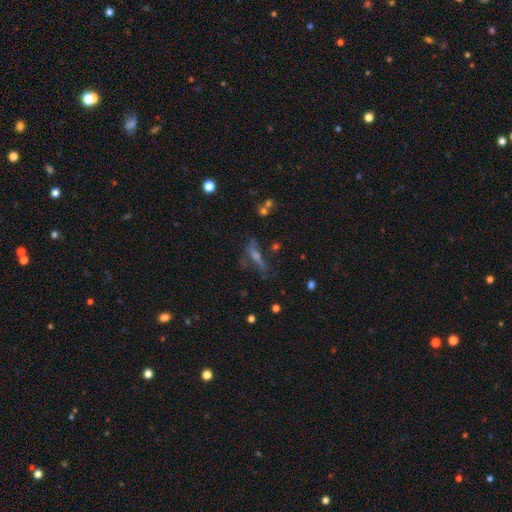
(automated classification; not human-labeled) A featured or disk galaxy (43%).

Vote fractions:
- Smooth or featured? featured or disk: 43% / smooth: 31% / star or artifact: 26%
- Merging? none: 54% / minor disturbance: 21% / major disturbance: 19% / merger: 7%